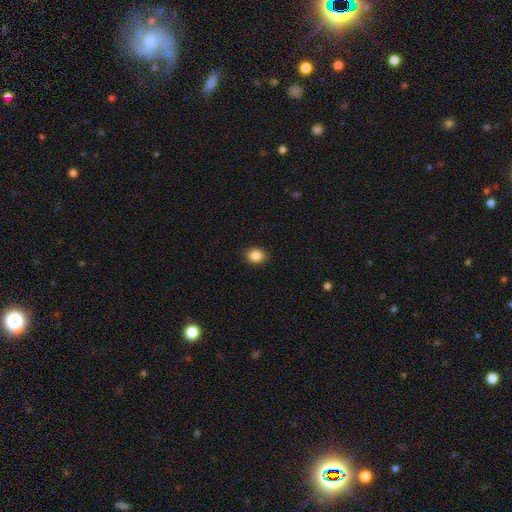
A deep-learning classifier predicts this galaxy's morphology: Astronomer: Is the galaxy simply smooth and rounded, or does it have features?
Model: smooth — 86%.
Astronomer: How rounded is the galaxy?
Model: in between — 53% (runner-up: round, 46%).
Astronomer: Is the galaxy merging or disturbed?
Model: none — 90%.